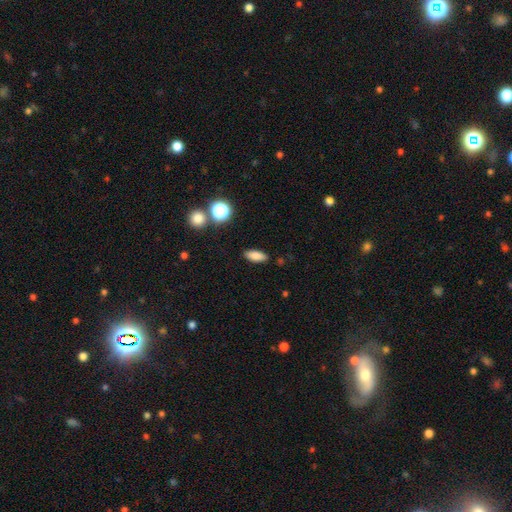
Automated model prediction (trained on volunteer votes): This is clearly a smooth galaxy (83%). How rounded: likely in between (79%). Merging: clearly none (87%).